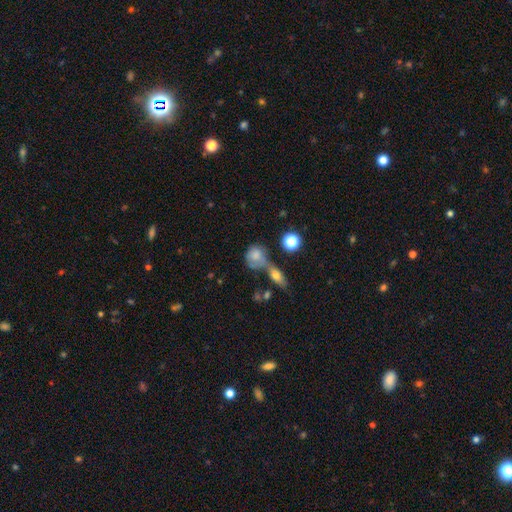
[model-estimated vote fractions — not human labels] This appears to be a smooth galaxy with no disk features (75%) that is round (64%). Merging: merger (42%).